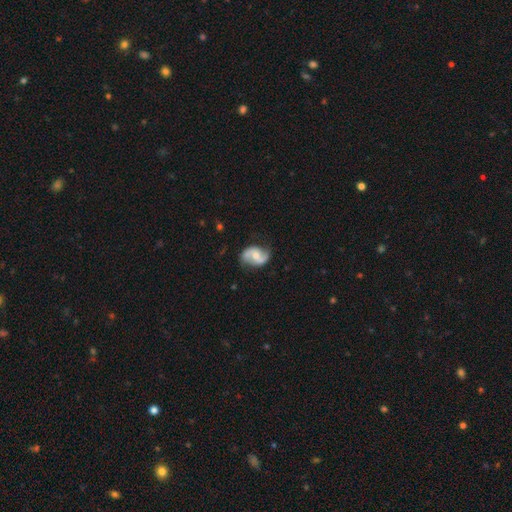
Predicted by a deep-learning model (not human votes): Overall: featured or disk (79%). Edge-on disk: no (97%). Bar: no (48%; weak 39%). Spiral arms: yes (94%). Spiral arm count: 2 (91%). Spiral winding: loose (47%; medium 39%). Bulge size: moderate (57%; small 36%). Merging: none (75%).